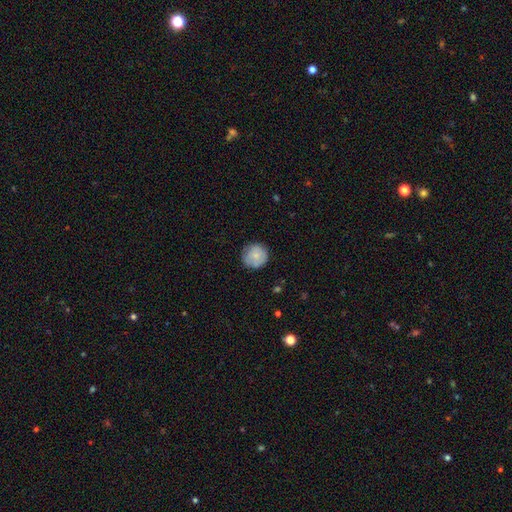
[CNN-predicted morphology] smooth 77%, featured or disk 17%, star or artifact 7%. Down the decision tree: how rounded — round (93%); merging — none (83%).